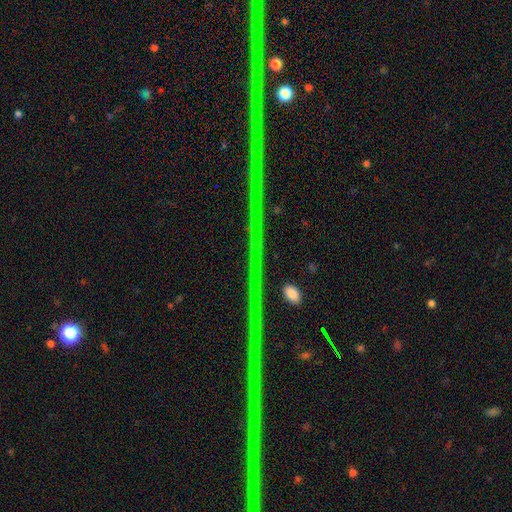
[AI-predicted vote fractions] Overall: star or artifact (87%).